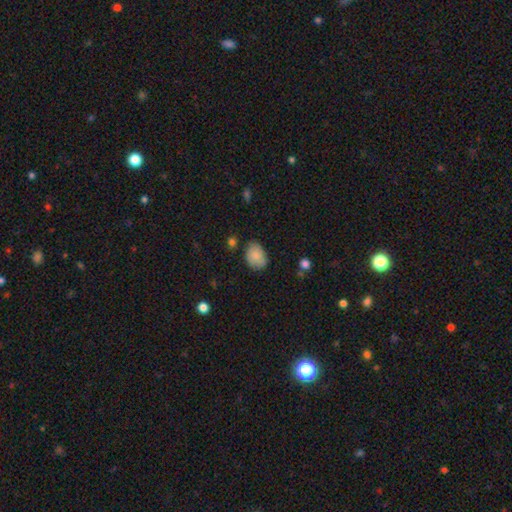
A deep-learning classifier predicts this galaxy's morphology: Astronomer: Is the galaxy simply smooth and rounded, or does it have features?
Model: smooth — 85%.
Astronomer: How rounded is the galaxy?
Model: in between — 68%.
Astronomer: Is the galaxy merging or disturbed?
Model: none — 68%.